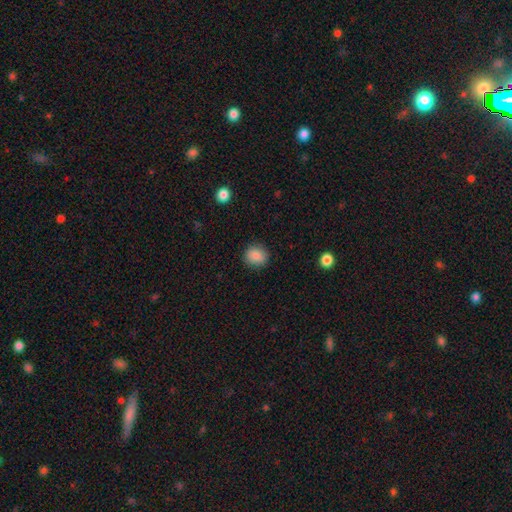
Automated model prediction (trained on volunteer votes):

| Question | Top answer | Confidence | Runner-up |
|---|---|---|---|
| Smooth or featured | smooth | 84% | star or artifact (9%) |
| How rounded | round | 86% | in between (13%) |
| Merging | none | 89% | minor disturbance (8%) |